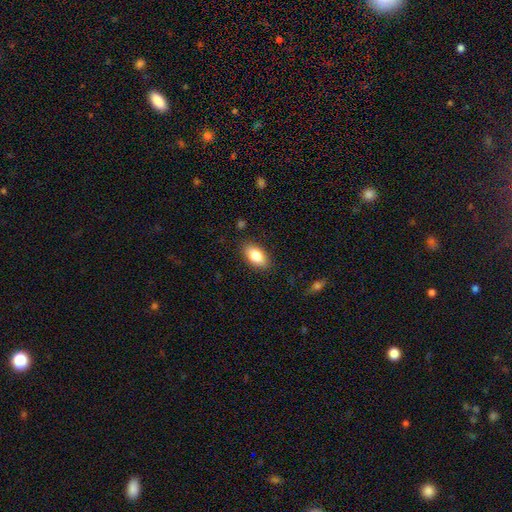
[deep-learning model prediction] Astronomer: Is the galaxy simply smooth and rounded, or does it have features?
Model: smooth — 83%.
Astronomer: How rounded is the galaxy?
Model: in between — 91%.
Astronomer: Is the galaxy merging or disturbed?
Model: none — 87%.